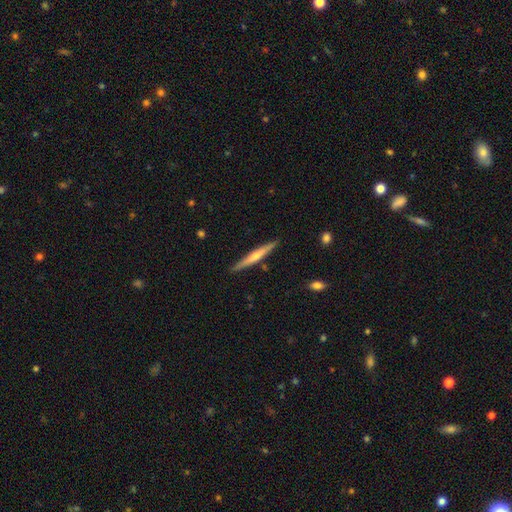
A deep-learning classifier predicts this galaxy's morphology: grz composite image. It shows a featured or disk galaxy (63%) viewed edge-on (97%) with a rounded central bulge (74%). Merging: none (90%).